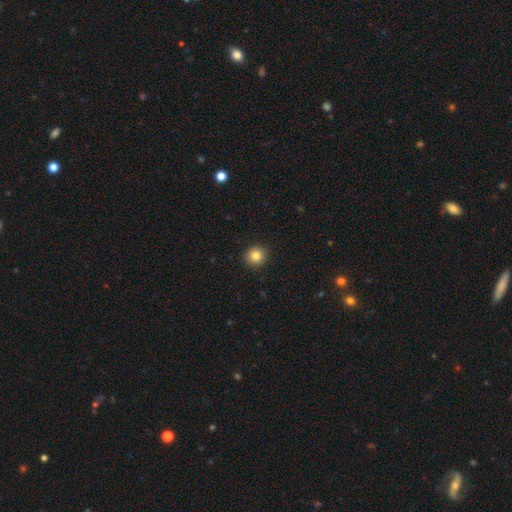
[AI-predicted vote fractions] A smooth galaxy with no disk features (84%) that is round (89%). Merging: none (91%).